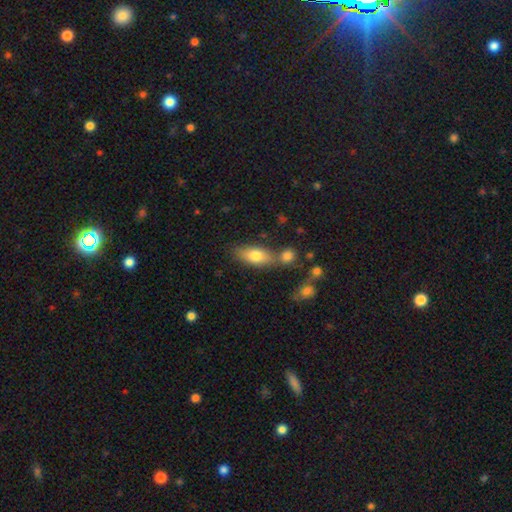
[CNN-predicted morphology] A smooth galaxy with no disk features (75%) that is in between round and cigar-shaped (81%). Merging: none (59%).